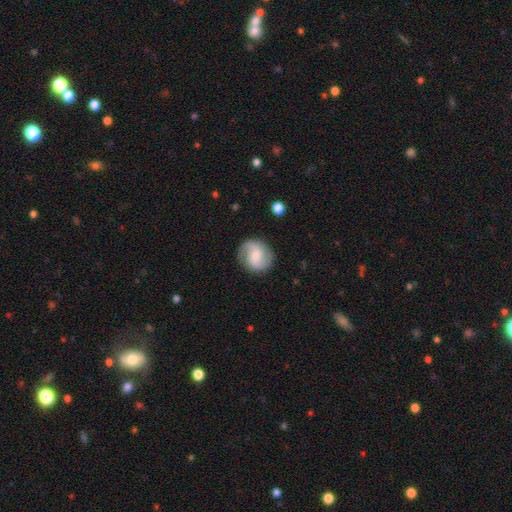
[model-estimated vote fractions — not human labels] The model was most divided on "bar": no: 50%, weak: 40%, strong: 9%. Remaining: edge-on disk — no (98%); spiral arms — yes (94%); spiral arm count — 2 (83%); merging — none (81%); smooth or featured — featured or disk (71%); bulge size — small (52%); spiral winding — medium (47%).